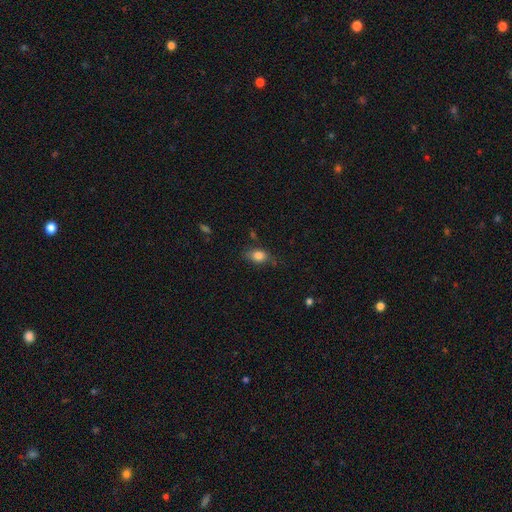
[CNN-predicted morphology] Smooth or featured? Predicted: smooth (p=0.78). How rounded? Predicted: in between (p=0.73). Merging? Predicted: none (p=0.72).